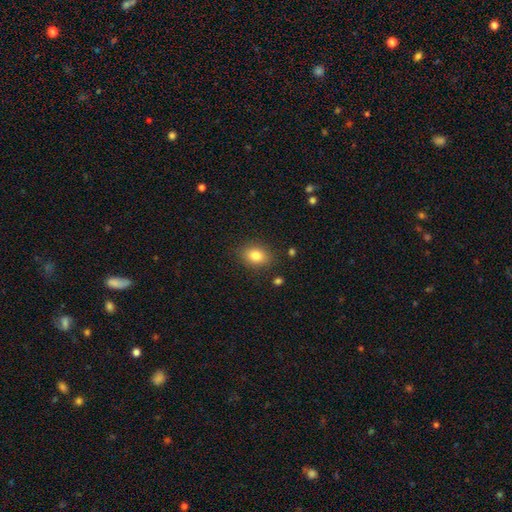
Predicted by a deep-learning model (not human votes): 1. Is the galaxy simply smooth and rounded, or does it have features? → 83% smooth, 9% star or artifact, 8% featured or disk.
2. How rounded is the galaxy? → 65% in between, 34% round, 1% cigar-shaped.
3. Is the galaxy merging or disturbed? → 86% none, 10% minor disturbance, 3% major disturbance, 2% merger.